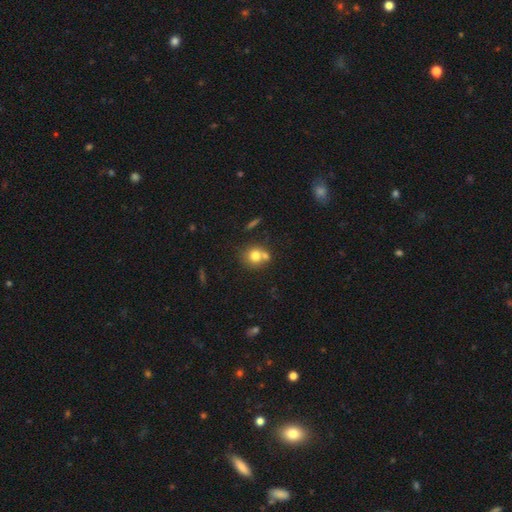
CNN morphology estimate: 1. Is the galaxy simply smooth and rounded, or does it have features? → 75% smooth, 14% featured or disk, 11% star or artifact.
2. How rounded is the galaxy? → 82% round, 17% in between, 1% cigar-shaped.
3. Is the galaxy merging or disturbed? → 48% none, 38% merger, 10% minor disturbance, 4% major disturbance.